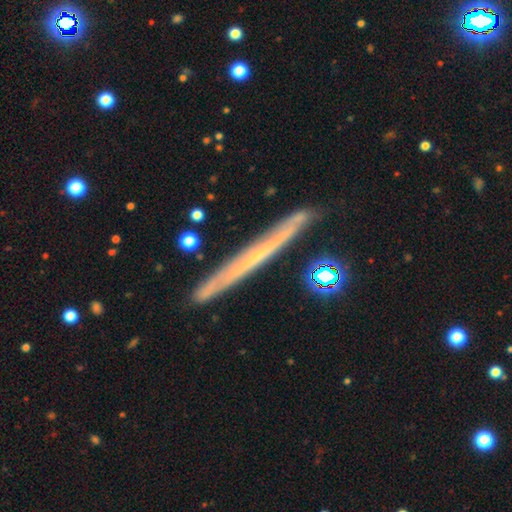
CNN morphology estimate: smooth-or-featured: featured or disk: 63% | smooth: 30% | star or artifact: 7%
  disk-edge-on: yes: 93% | no: 7%
    edge-on-bulge: none: 84% | rounded: 13% | boxy: 3%
  merging: none: 86% | minor disturbance: 11% | major disturbance: 2% | merger: 2%